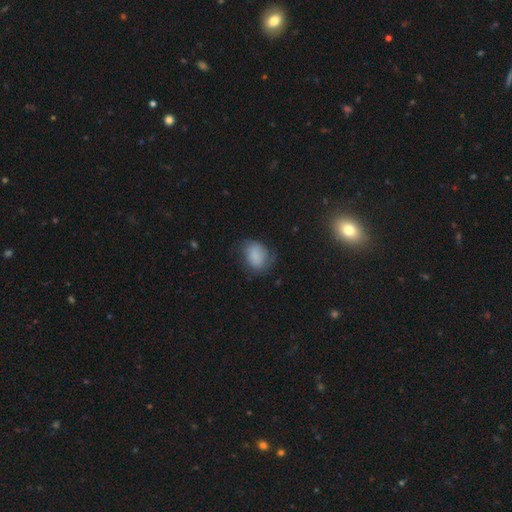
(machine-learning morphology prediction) Smooth or featured? smooth (78%)
How rounded? in between (58%)
Merging? none (57%)